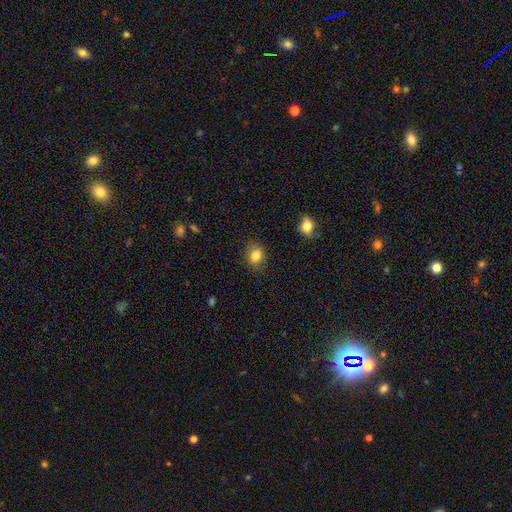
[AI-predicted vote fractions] This appears to be a smooth galaxy with no disk features (83%) that is round (54%). Merging: none (83%).